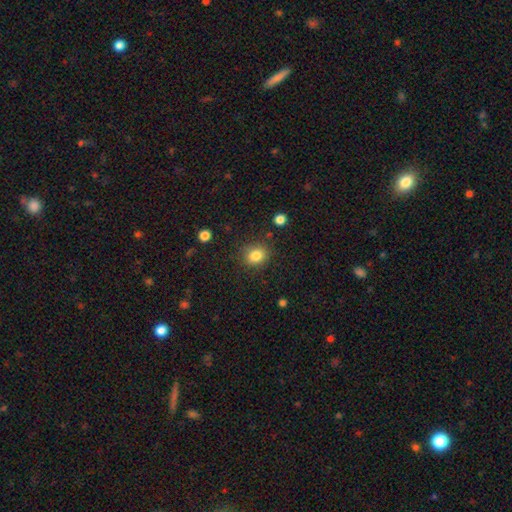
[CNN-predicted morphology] Smooth or featured: smooth — 83% (star or artifact — 11%)
How rounded: round — 62% (in between — 37%)
Merging: none — 82% (minor disturbance — 12%)